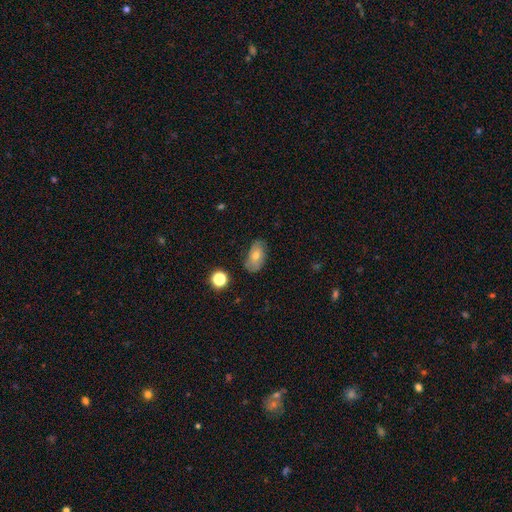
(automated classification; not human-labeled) A smooth galaxy with no disk features (48%).

Vote fractions:
- Smooth or featured? smooth: 48% / featured or disk: 41% / star or artifact: 11%
- Merging? none: 76% / minor disturbance: 18% / major disturbance: 4% / merger: 2%